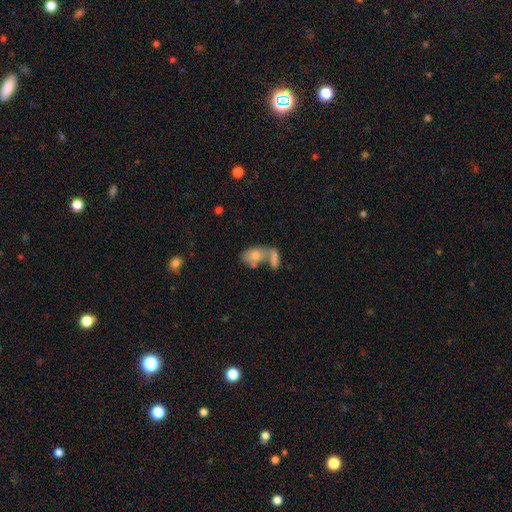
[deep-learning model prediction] This appears to be a smooth galaxy with no disk features (74%) that is in between round and cigar-shaped (88%). Merging: merger (49%).